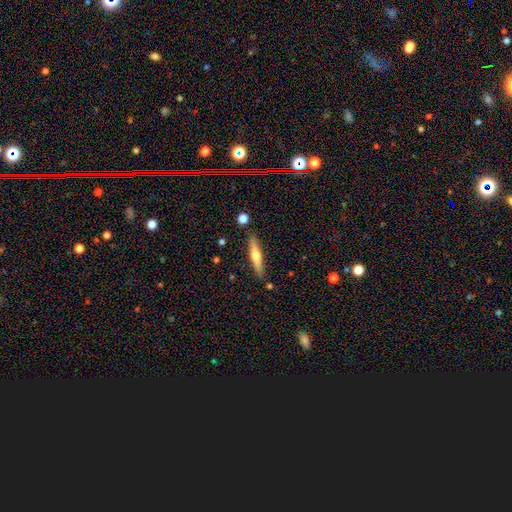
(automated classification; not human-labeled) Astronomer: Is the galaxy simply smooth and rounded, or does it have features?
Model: featured or disk — 49% (runner-up: smooth, 45%).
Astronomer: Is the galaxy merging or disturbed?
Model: none — 87%.